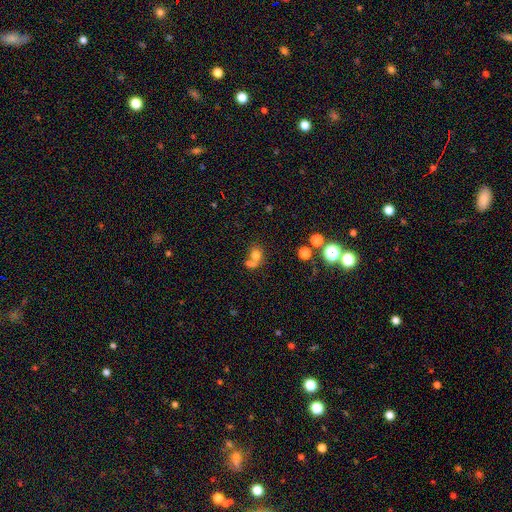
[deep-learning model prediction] A smooth galaxy with no disk features (72%) that is round (61%).

Vote fractions:
- Smooth or featured? smooth: 72% / star or artifact: 15% / featured or disk: 14%
- How rounded? round: 61% / in between: 37% / cigar-shaped: 1%
- Merging? merger: 51% / none: 35% / minor disturbance: 8% / major disturbance: 5%